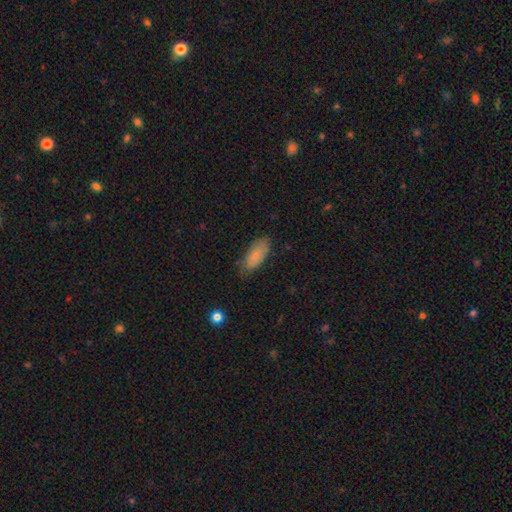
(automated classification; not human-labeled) smooth-or-featured: smooth: 80% | featured or disk: 14% | star or artifact: 6%
  how-rounded: in between: 85% | cigar-shaped: 13% | round: 2%
  merging: none: 71% | minor disturbance: 24% | major disturbance: 4% | merger: 1%